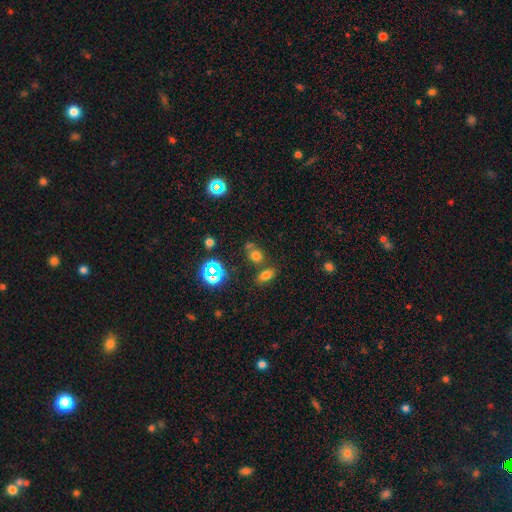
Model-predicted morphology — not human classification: Q: Smooth or featured?
A: smooth (66%); runner-up: star or artifact (25%)
Q: How rounded?
A: round (52%); runner-up: in between (45%)
Q: Merging?
A: none (59%); runner-up: merger (23%)